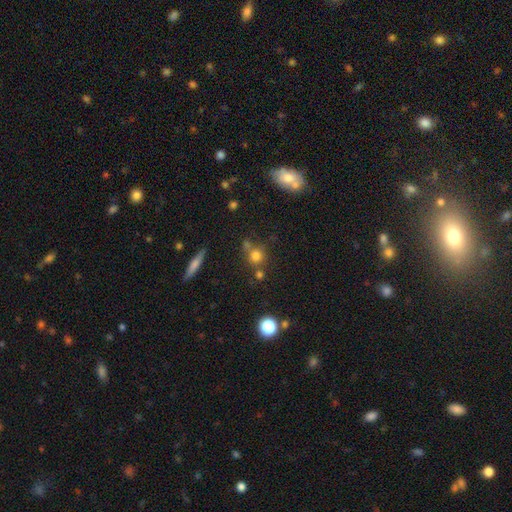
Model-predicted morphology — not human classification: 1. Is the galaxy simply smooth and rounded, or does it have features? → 74% smooth, 16% star or artifact, 10% featured or disk.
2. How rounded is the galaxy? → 89% round, 9% in between, 2% cigar-shaped.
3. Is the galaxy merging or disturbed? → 63% none, 22% merger, 11% minor disturbance, 4% major disturbance.